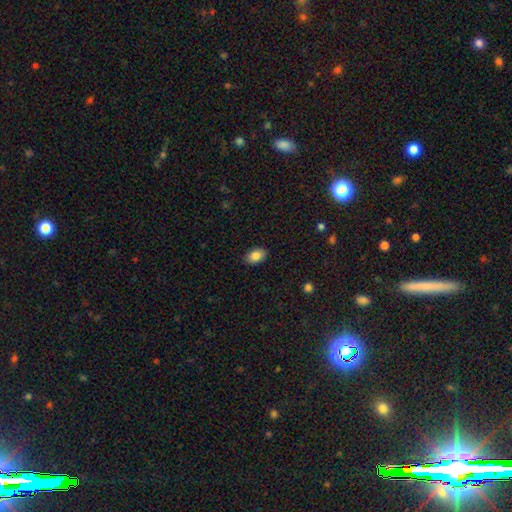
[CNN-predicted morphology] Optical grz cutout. It shows a smooth galaxy with no disk features (86%) that is in between round and cigar-shaped (88%). Merging: none (88%).